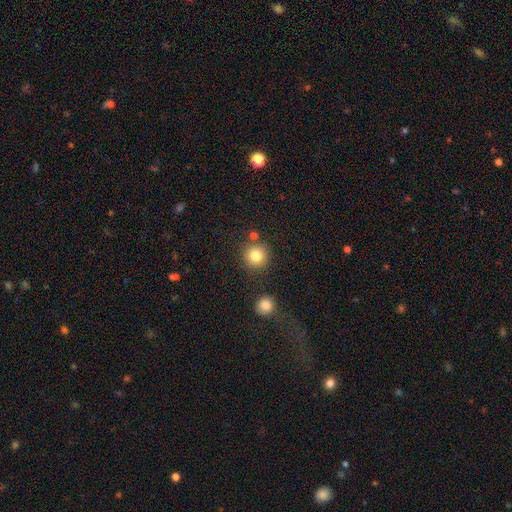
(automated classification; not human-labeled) Smooth or featured: smooth — 82% (star or artifact — 11%)
How rounded: round — 94% (in between — 5%)
Merging: none — 83% (minor disturbance — 8%)